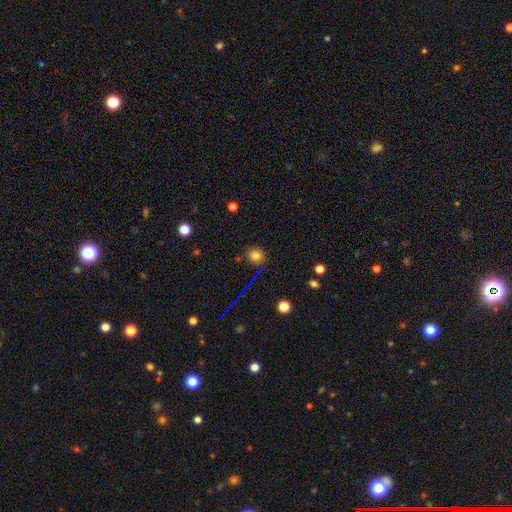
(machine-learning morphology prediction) smooth-or-featured: smooth: 77% | star or artifact: 15% | featured or disk: 8%
  how-rounded: round: 84% | in between: 15% | cigar-shaped: 1%
  merging: none: 81% | minor disturbance: 11% | merger: 5% | major disturbance: 3%